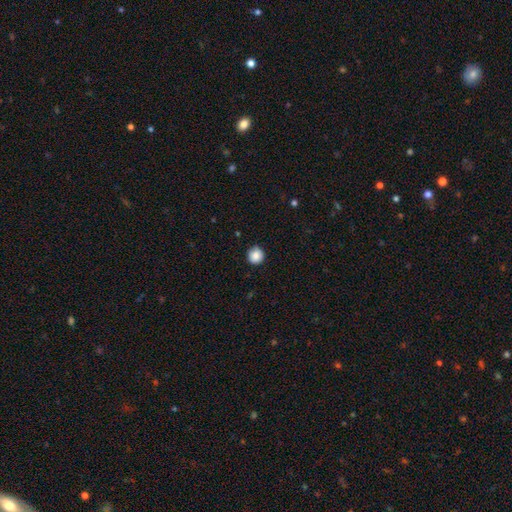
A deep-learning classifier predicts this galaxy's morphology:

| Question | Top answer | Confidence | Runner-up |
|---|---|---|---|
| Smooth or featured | smooth | 87% | star or artifact (9%) |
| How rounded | round | 94% | in between (5%) |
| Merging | none | 88% | minor disturbance (9%) |